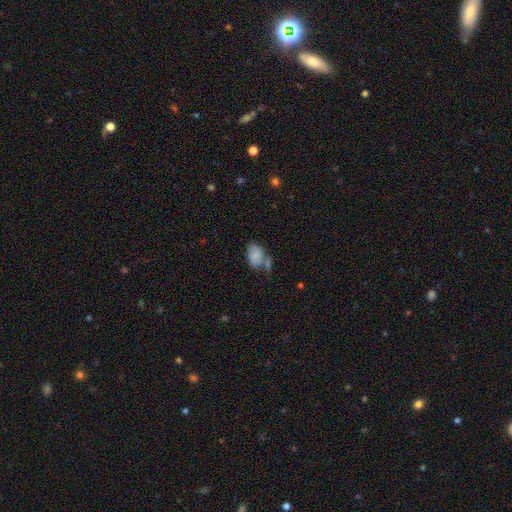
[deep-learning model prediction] This appears to be a smooth galaxy with no disk features (75%) that is in between round and cigar-shaped (85%). Merging: none (35%).